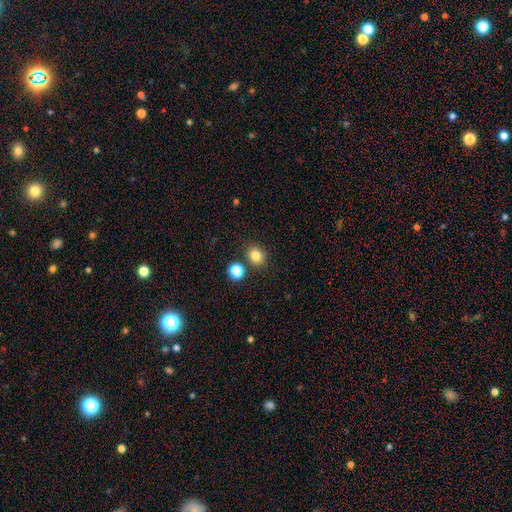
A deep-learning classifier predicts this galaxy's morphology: smooth-or-featured: smooth: 82% | star or artifact: 13% | featured or disk: 6%
  how-rounded: round: 64% | in between: 35% | cigar-shaped: 1%
  merging: none: 81% | minor disturbance: 9% | merger: 8% | major disturbance: 3%